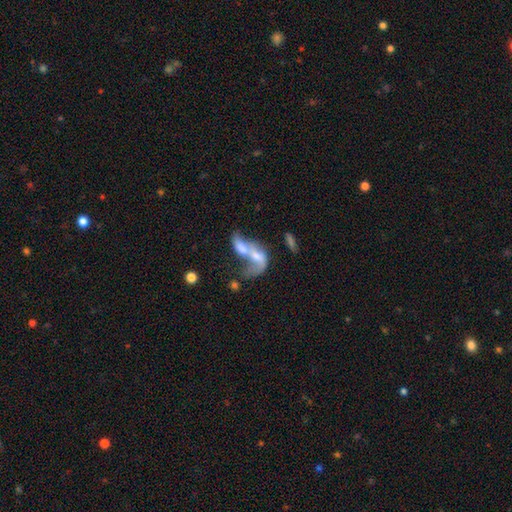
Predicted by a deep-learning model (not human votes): Overall: featured or disk (54%; smooth 36%). Edge-on disk: no (93%). Merging: merger (73%).